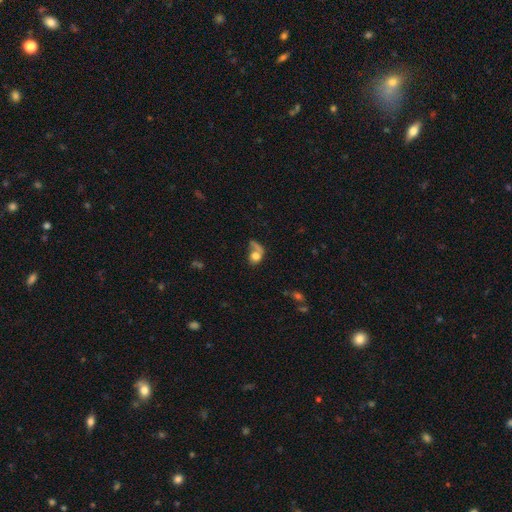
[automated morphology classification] smooth-or-featured: smooth: 61% | featured or disk: 28% | star or artifact: 11%
  how-rounded: in between: 50% | round: 47% | cigar-shaped: 3%
  merging: major disturbance: 33% | none: 28% | merger: 23% | minor disturbance: 15%